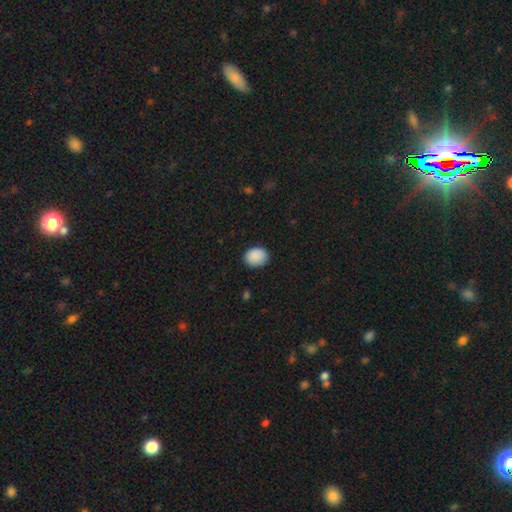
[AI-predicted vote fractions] This appears to be a smooth galaxy with no disk features (89%) that is in between round and cigar-shaped (53%). Merging: none (85%).